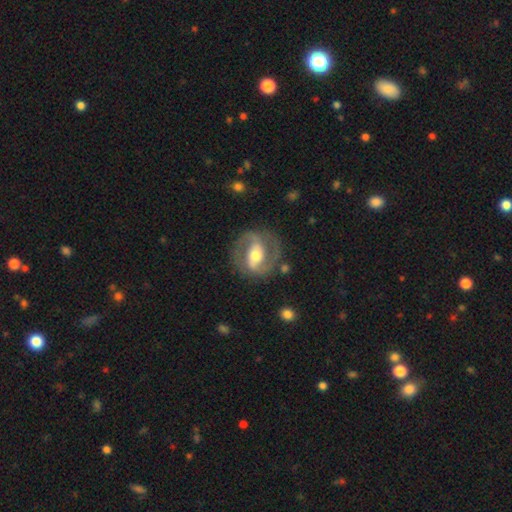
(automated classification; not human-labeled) A featured or disk galaxy (85%) with a strong bar (43%), 2 (91%) medium (56%) spiral arms (92%) and a moderate central bulge (68%).

Vote fractions:
- Smooth or featured? featured or disk: 85% / smooth: 11% / star or artifact: 5%
- Edge-on disk? no: 97% / yes: 3%
- Bar? strong: 43% / weak: 37% / no: 20%
- Spiral arms? yes: 92% / no: 8%
- Spiral winding? medium: 56% / tight: 28% / loose: 17%
- Spiral arm count? 2: 91% / can't tell: 3% / 1: 3% / 3: 1% / 4: 1% / more than 4: 1%
- Bulge size? moderate: 68% / small: 15% / large: 14% / dominant: 1% / none: 1%
- Merging? none: 79% / minor disturbance: 13% / major disturbance: 6% / merger: 2%